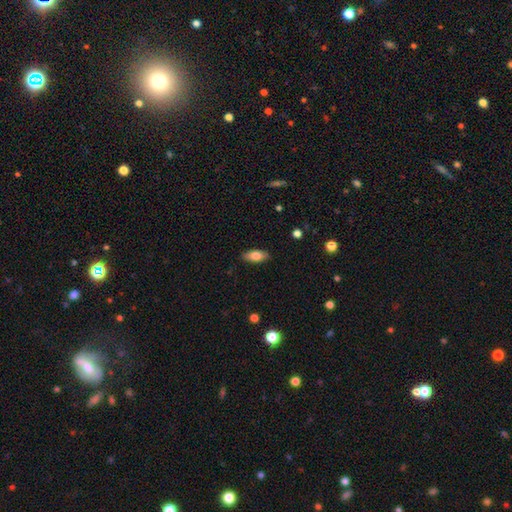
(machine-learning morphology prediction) smooth-or-featured: smooth: 78% | featured or disk: 15% | star or artifact: 7%
  how-rounded: in between: 84% | cigar-shaped: 13% | round: 3%
  merging: none: 87% | minor disturbance: 10% | major disturbance: 2% | merger: 1%